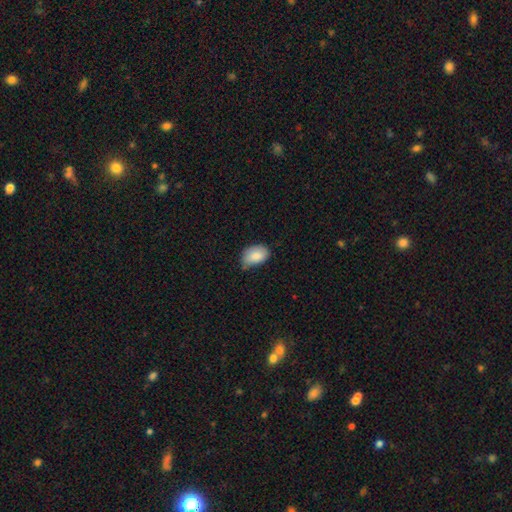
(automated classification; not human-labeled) Smooth or featured?
  - smooth: 86% *
  - featured or disk: 8%
  - star or artifact: 7%
How rounded?
  - in between: 90% *
  - round: 9%
  - cigar-shaped: 1%
Merging?
  - none: 54% *
  - minor disturbance: 38%
  - major disturbance: 6%
  - merger: 2%